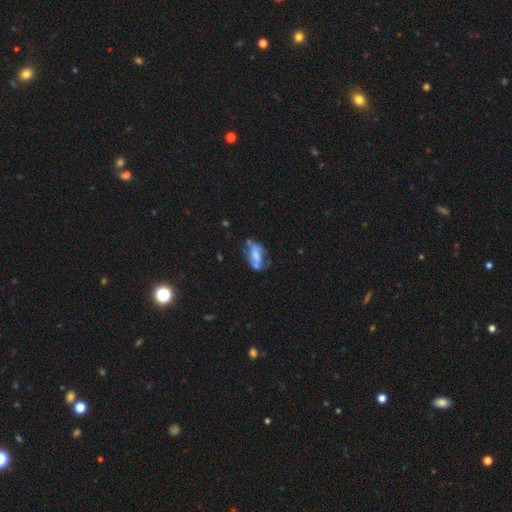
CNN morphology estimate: type=featured or disk (52%); edge-on=no (91%); merging=none (35%).